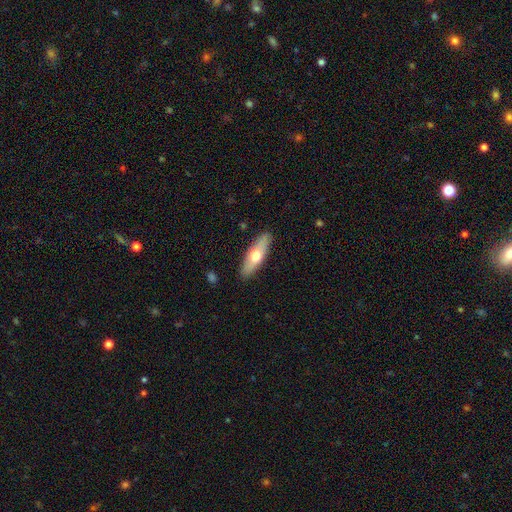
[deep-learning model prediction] This is possibly a smooth galaxy (57%). How rounded: possibly cigar-shaped (53%). Merging: clearly none (89%).